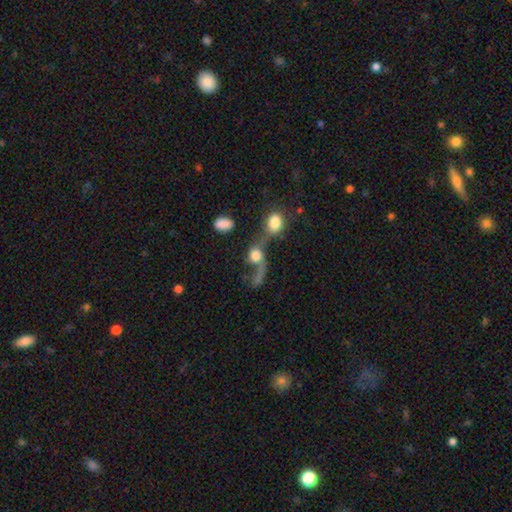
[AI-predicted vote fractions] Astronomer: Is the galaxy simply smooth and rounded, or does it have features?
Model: smooth — 48% (runner-up: featured or disk, 40%).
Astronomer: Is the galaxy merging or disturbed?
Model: merger — 58%.